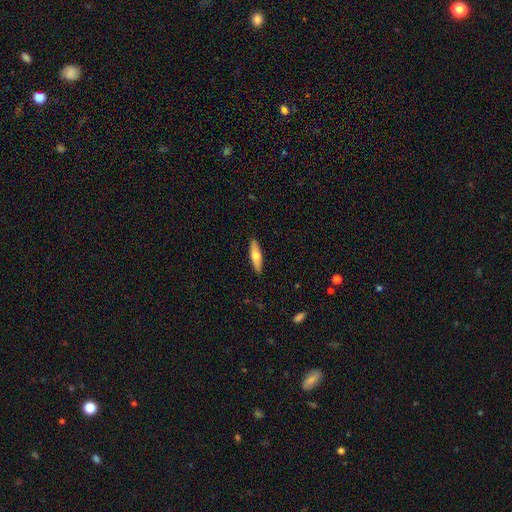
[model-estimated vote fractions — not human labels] smooth 58%, featured or disk 37%, star or artifact 6%. Down the decision tree: how rounded — cigar-shaped (62%); merging — none (90%).